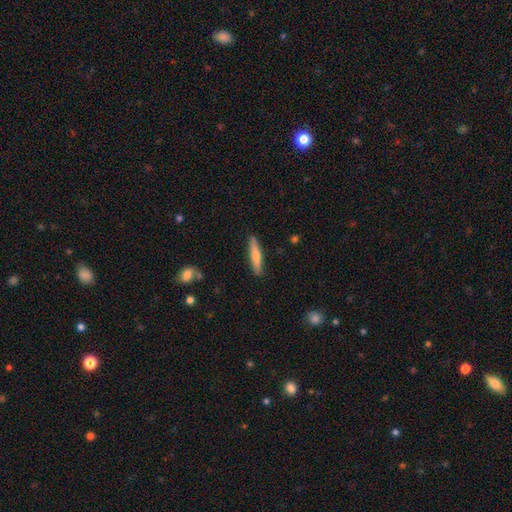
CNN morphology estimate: Smooth or featured: smooth — 58% (featured or disk — 36%)
How rounded: cigar-shaped — 89% (in between — 9%)
Merging: none — 89% (minor disturbance — 8%)